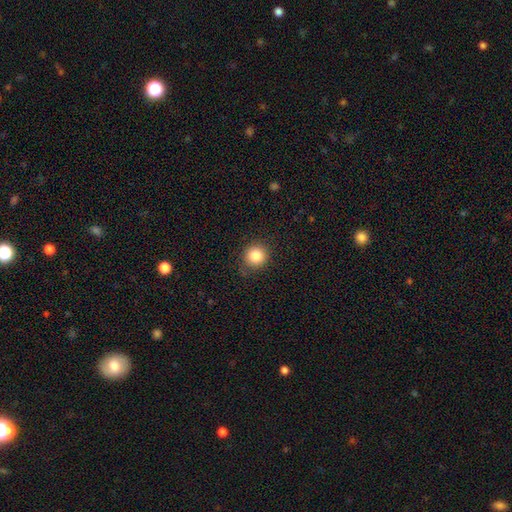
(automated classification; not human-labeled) Morphology: type=smooth (84%); roundness=round (92%); merging=none (86%).